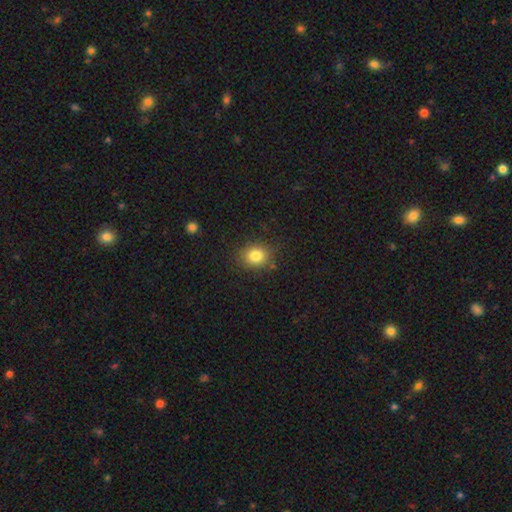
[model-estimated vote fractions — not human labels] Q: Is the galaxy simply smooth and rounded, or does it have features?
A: smooth — 82%.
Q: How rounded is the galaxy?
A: round — 63%.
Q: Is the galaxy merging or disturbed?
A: none — 84%.